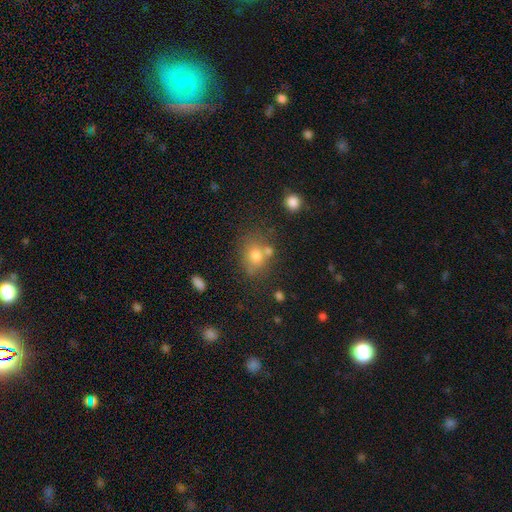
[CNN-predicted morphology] Q: Smooth or featured?
A: smooth (74%); runner-up: star or artifact (14%)
Q: How rounded?
A: round (52%); runner-up: in between (47%)
Q: Merging?
A: none (58%); runner-up: merger (20%)